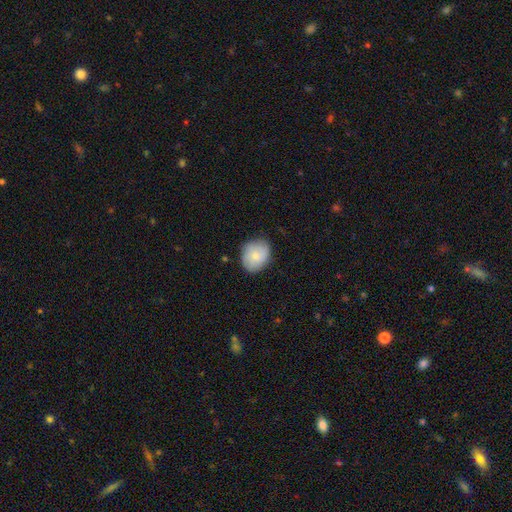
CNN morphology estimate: smooth_or_featured: smooth (p=0.80) [alt: featured or disk p=0.13]
how_rounded: round (p=0.54) [alt: in between p=0.46]
merging: none (p=0.77) [alt: minor disturbance p=0.18]